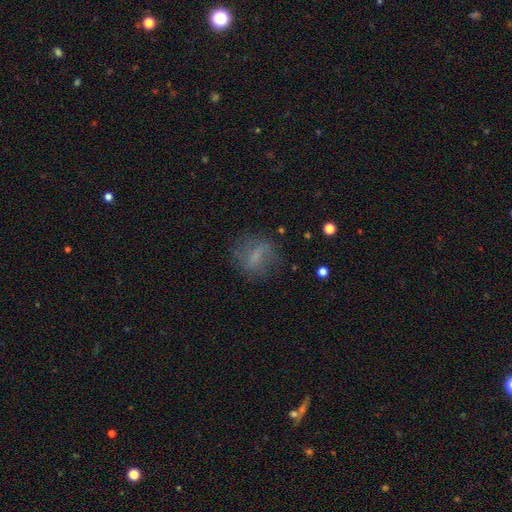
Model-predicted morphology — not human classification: smooth_or_featured: smooth (p=0.48) [alt: featured or disk p=0.40]
merging: none (p=0.70) [alt: minor disturbance p=0.17]